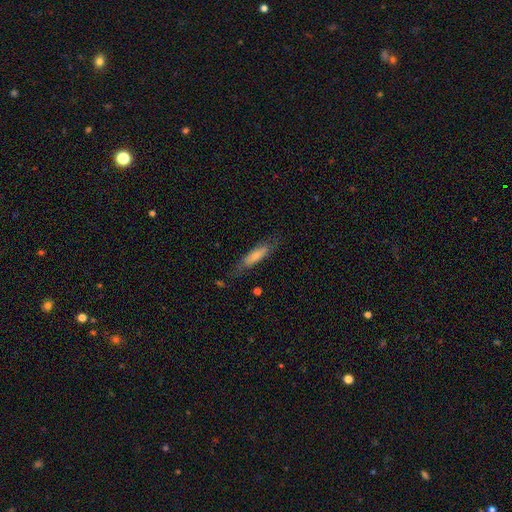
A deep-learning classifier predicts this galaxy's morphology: This appears to be a smooth galaxy with no disk features (64%) that is cigar-shaped (63%). Merging: none (68%).